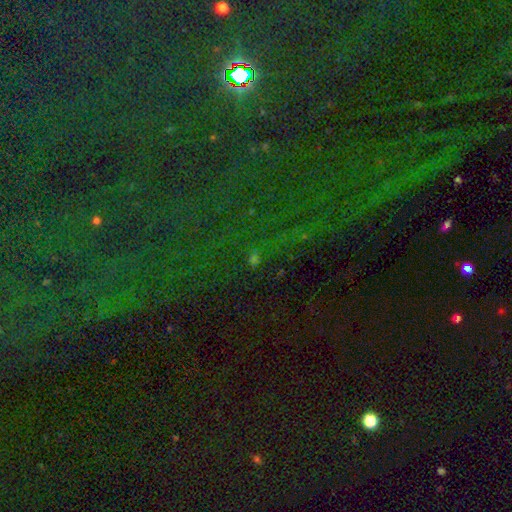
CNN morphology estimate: smooth-or-featured: star or artifact: 77% | smooth: 15% | featured or disk: 9%